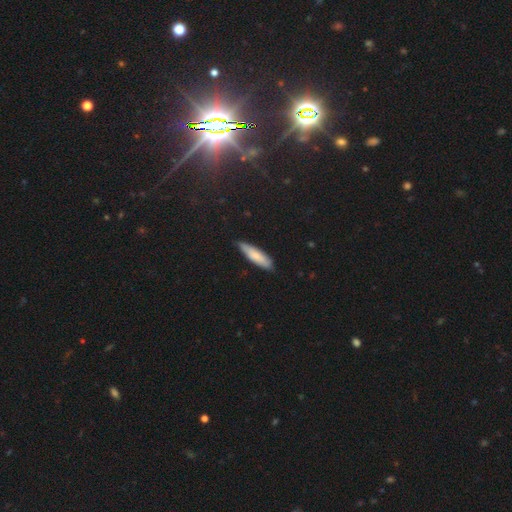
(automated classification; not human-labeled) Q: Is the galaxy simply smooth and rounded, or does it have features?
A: smooth — 74%.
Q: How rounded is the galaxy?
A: cigar-shaped — 64%.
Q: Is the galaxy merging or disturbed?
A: none — 76%.